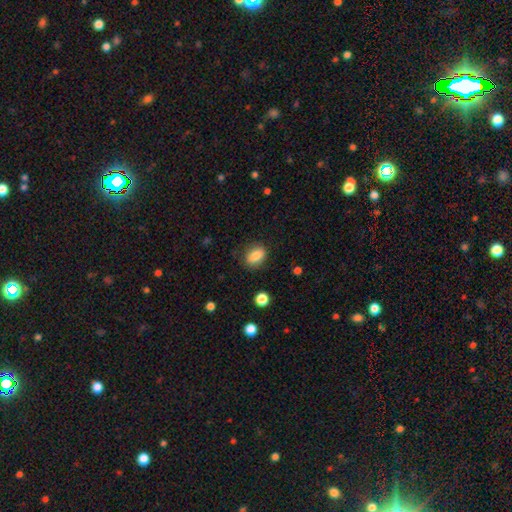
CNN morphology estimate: Smooth or featured? Predicted: smooth (p=0.84). How rounded? Predicted: in between (p=0.76). Merging? Predicted: none (p=0.83).